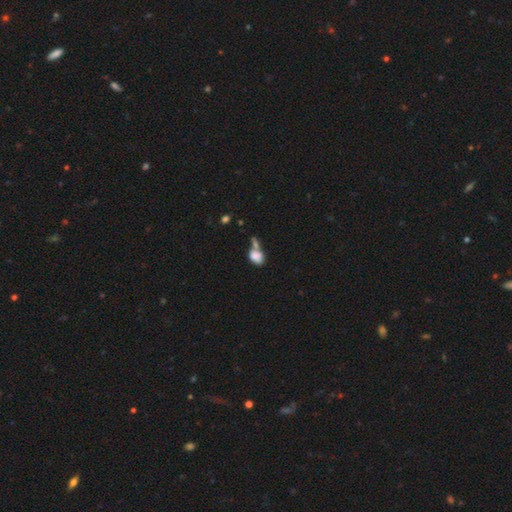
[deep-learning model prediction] This appears to be a smooth galaxy with no disk features (78%) that is in between round and cigar-shaped (72%). Merging: merger (53%).